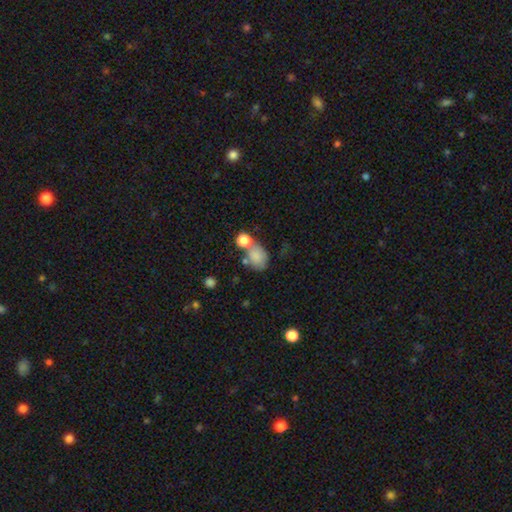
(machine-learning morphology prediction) A smooth galaxy with no disk features (80%) that is in between round and cigar-shaped (64%). Merging: none (42%).